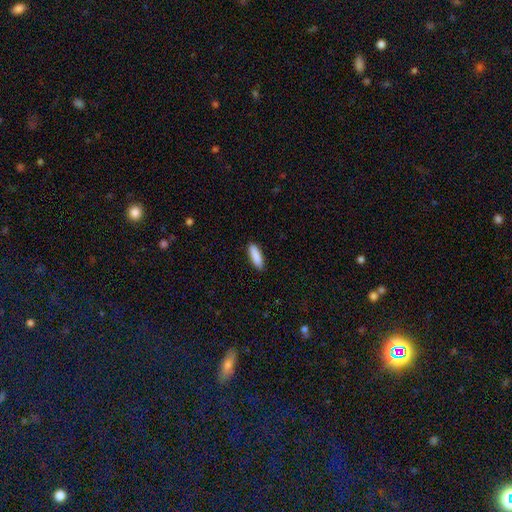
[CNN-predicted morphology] Smooth or featured? smooth (89%)
How rounded? cigar-shaped (54%)
Merging? none (89%)